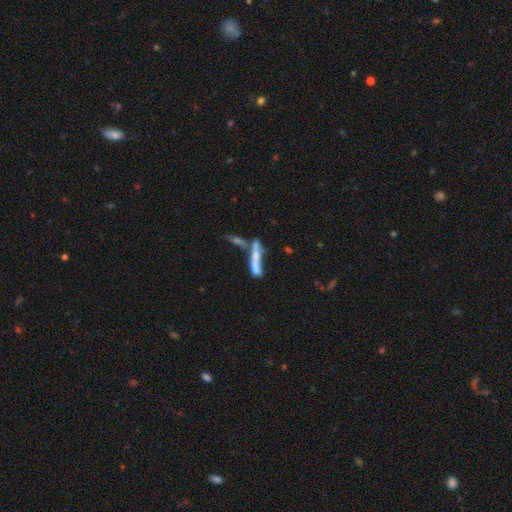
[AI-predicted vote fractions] Smooth or featured: featured or disk — 48% (smooth — 41%)
Merging: merger — 45% (none — 28%)